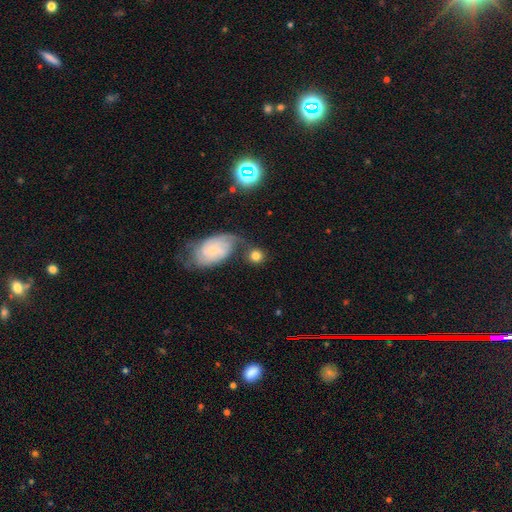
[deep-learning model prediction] Smooth or featured? Predicted: smooth (p=0.70). How rounded? Predicted: round (p=0.81). Merging? Predicted: none (p=0.58).